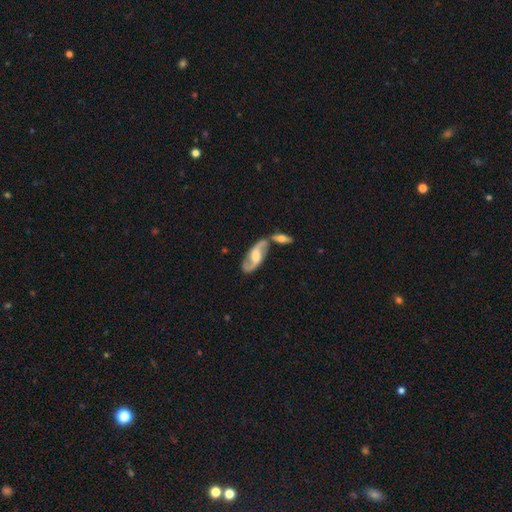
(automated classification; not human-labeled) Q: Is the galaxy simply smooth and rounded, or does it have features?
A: featured or disk — 81%.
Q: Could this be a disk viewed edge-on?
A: no — 91%.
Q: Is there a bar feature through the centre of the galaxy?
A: weak — 48%.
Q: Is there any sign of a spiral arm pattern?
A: yes — 94%.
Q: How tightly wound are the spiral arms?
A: loose — 49%.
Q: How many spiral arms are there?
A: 2 — 92%.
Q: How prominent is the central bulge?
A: moderate — 47%.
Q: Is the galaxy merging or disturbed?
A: none — 55%.